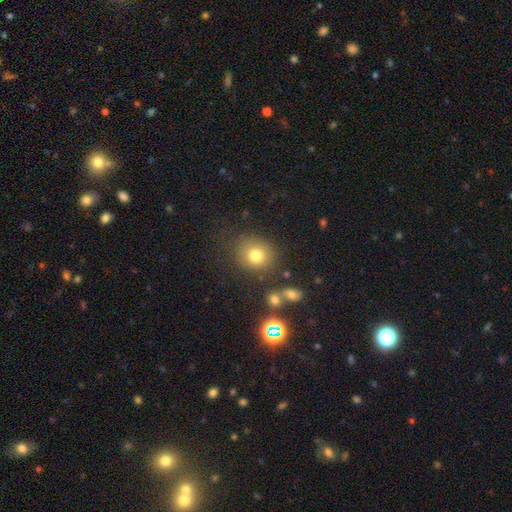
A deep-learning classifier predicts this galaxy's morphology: Q: Smooth or featured?
A: smooth (77%); runner-up: star or artifact (13%)
Q: How rounded?
A: round (80%); runner-up: in between (19%)
Q: Merging?
A: none (77%); runner-up: minor disturbance (12%)